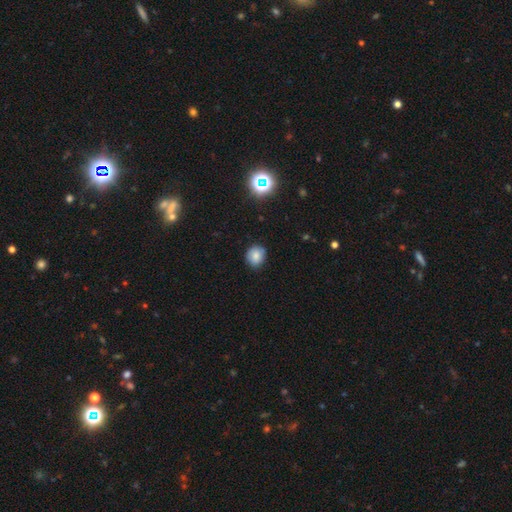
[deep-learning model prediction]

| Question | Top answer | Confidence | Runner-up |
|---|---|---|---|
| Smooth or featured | smooth | 79% | star or artifact (12%) |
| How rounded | round | 74% | in between (25%) |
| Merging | none | 82% | minor disturbance (15%) |